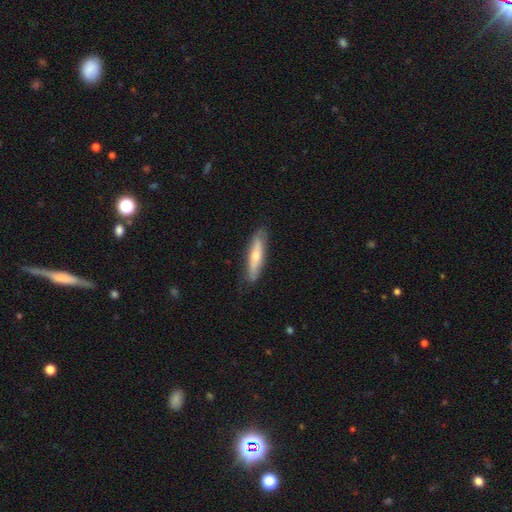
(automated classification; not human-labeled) Morphology: type=smooth (53%); roundness=cigar-shaped (79%); merging=none (82%).